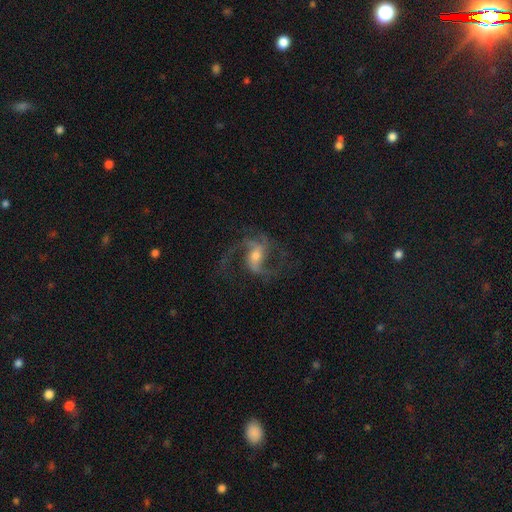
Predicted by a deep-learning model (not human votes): Smooth or featured? featured or disk (88%)
Edge-on disk? no (97%)
Bar? weak (44%)
Spiral arms? yes (97%)
Spiral winding? loose (47%)
Spiral arm count? 2 (62%)
Bulge size? moderate (53%)
Merging? none (64%)